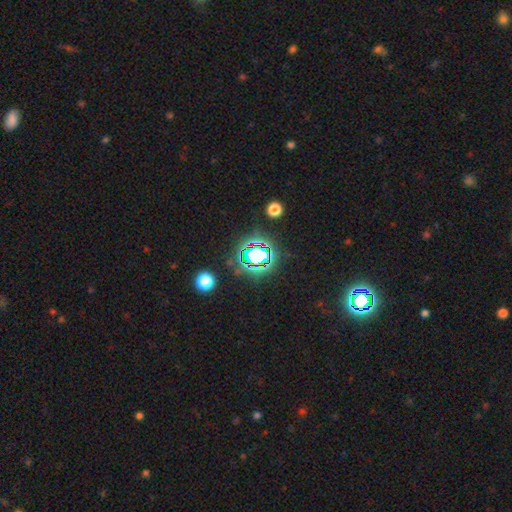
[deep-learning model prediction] Overall: star or artifact (68%).